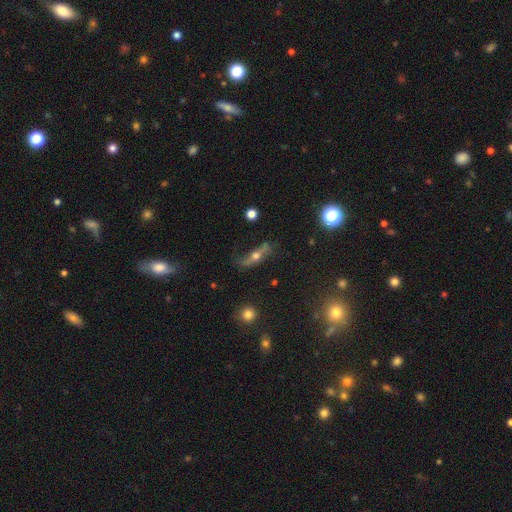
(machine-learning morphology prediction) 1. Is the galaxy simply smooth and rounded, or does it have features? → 60% featured or disk, 28% smooth, 12% star or artifact.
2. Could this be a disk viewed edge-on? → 52% yes, 48% no.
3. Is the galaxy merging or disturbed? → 59% none, 22% minor disturbance, 16% major disturbance, 3% merger.